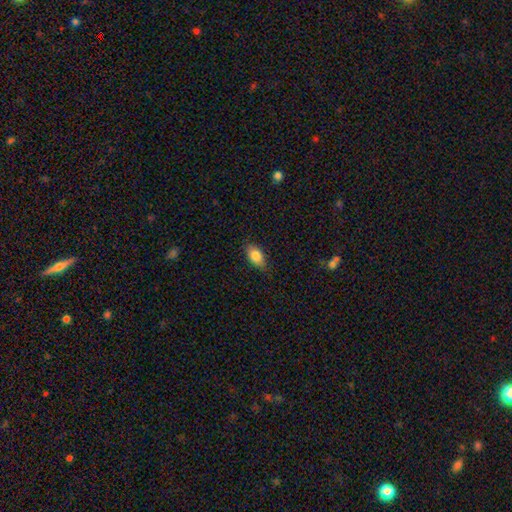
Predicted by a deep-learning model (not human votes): Smooth or featured: smooth — 85% (featured or disk — 8%)
How rounded: in between — 90% (round — 6%)
Merging: none — 81% (minor disturbance — 15%)